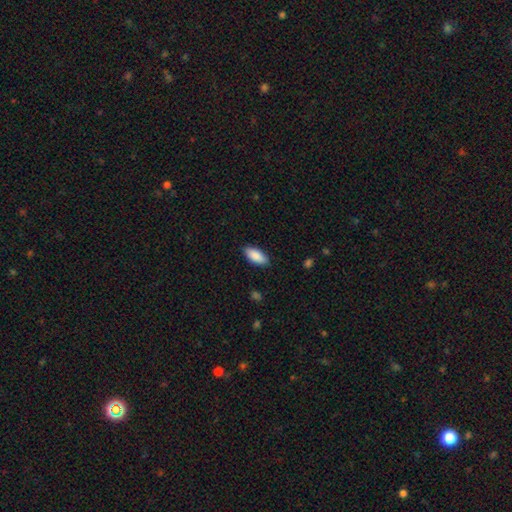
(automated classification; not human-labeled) Smooth or featured? smooth (89%)
How rounded? in between (87%)
Merging? none (88%)